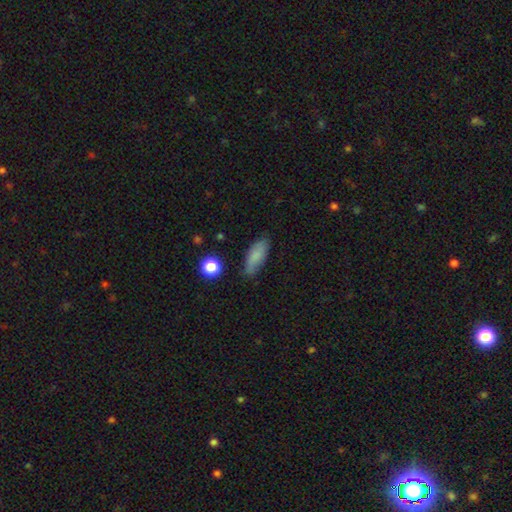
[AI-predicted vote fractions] Smooth or featured: smooth — 80% (featured or disk — 12%)
How rounded: in between — 73% (cigar-shaped — 24%)
Merging: none — 73% (minor disturbance — 21%)